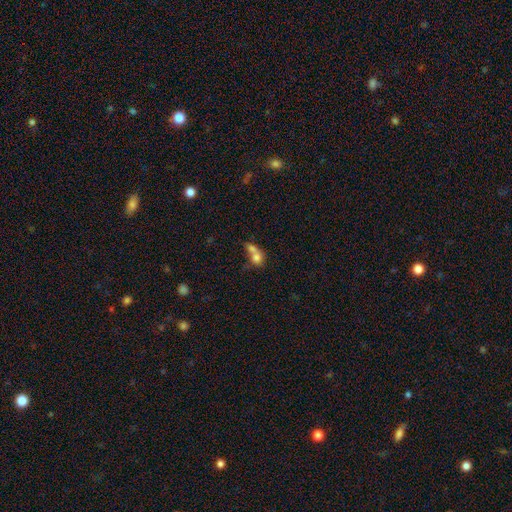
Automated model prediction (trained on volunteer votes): smooth 72%, featured or disk 18%, star or artifact 10%. Down the decision tree: how rounded — round (57%); merging — merger (68%).